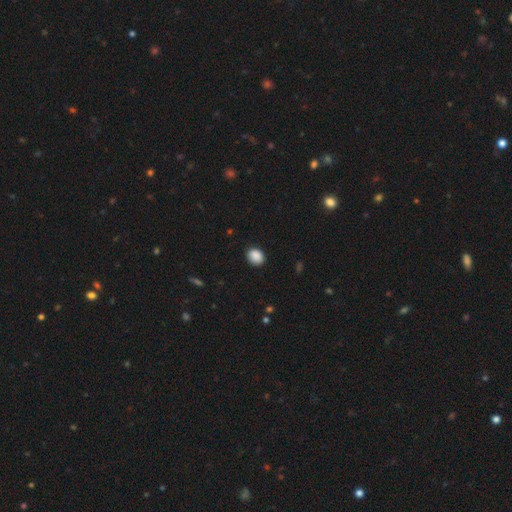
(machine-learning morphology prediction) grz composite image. It shows a smooth galaxy with no disk features (89%) that is round (55%). Merging: none (88%).